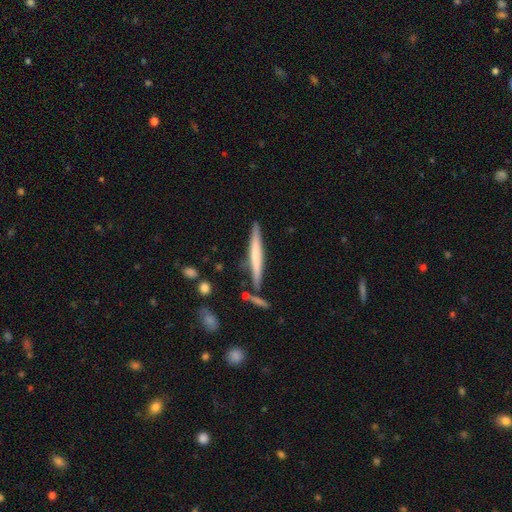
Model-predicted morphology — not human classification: The model was most divided on "smooth or featured": smooth: 52%, featured or disk: 42%, star or artifact: 6%. More confident: how rounded — cigar-shaped (96%); merging — none (79%).